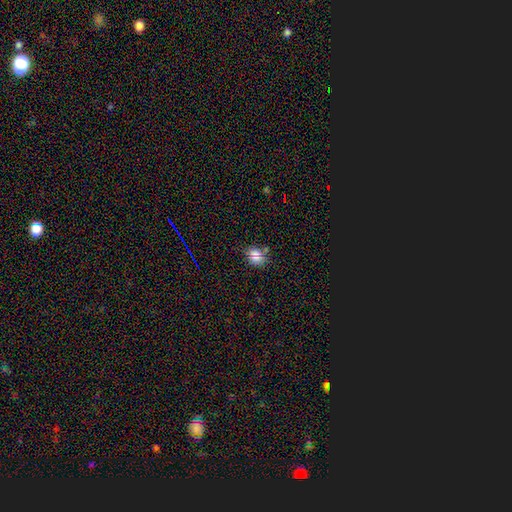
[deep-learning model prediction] Smooth or featured?
  - smooth: 72% *
  - star or artifact: 18%
  - featured or disk: 10%
How rounded?
  - round: 58% *
  - in between: 41%
  - cigar-shaped: 2%
Merging?
  - none: 67% *
  - minor disturbance: 17%
  - merger: 11%
  - major disturbance: 5%